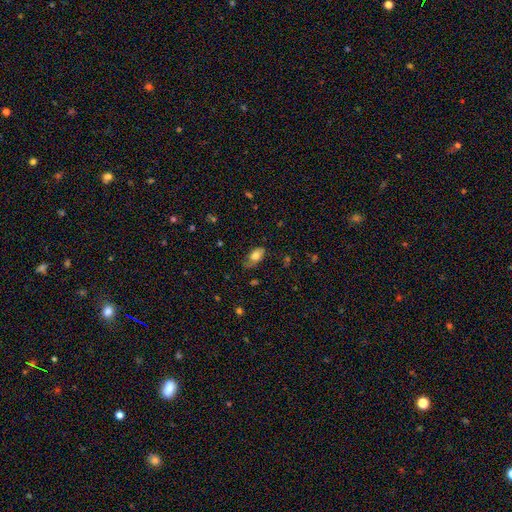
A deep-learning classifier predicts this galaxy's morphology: This appears to be a smooth galaxy with no disk features (72%) that is in between round and cigar-shaped (90%). Merging: none (62%).